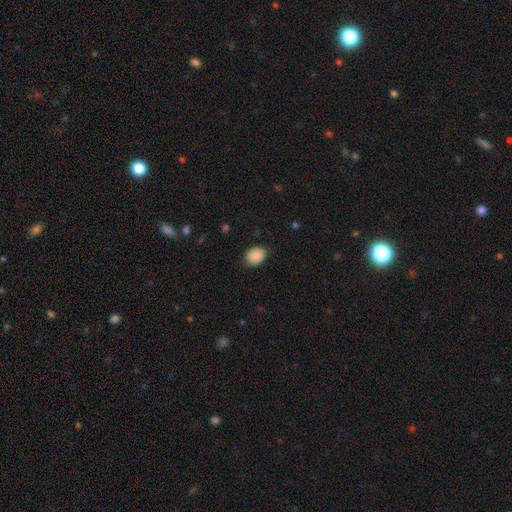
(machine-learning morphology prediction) smooth_or_featured: smooth (p=0.88) [alt: star or artifact p=0.07]
how_rounded: in between (p=0.58) [alt: round p=0.42]
merging: none (p=0.72) [alt: minor disturbance p=0.23]